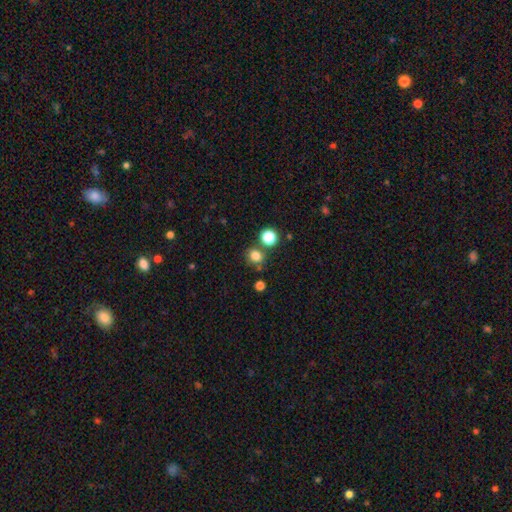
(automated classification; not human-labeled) Smooth or featured? Predicted: smooth (p=0.79). How rounded? Predicted: round (p=0.73). Merging? Predicted: none (p=0.72).